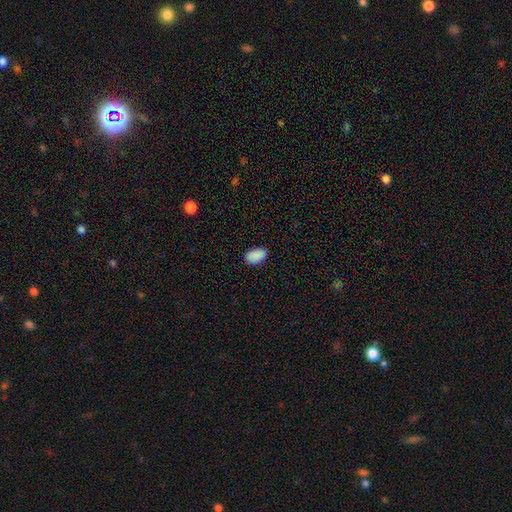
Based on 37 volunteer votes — Q: Smooth or featured?
A: smooth (92%); runner-up: star or artifact (5%)
Q: How rounded?
A: in between (97%); runner-up: round (3%)
Q: Merging?
A: none (80%); runner-up: minor disturbance (14%)